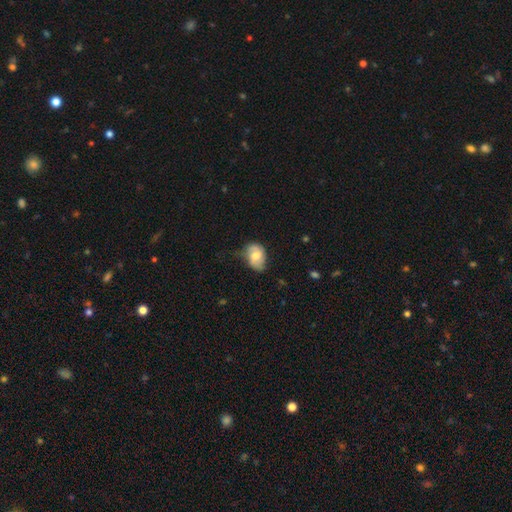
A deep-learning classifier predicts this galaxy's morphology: type=smooth (56%); roundness=in between (74%); merging=none (49%).